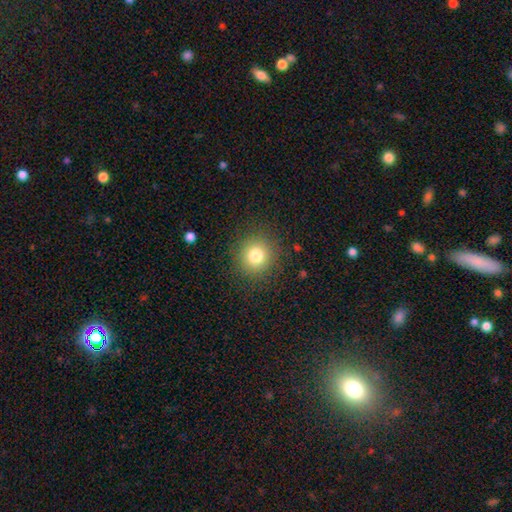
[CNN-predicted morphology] Smooth or featured: smooth — 79% (star or artifact — 13%)
How rounded: round — 91% (in between — 8%)
Merging: none — 89% (minor disturbance — 7%)